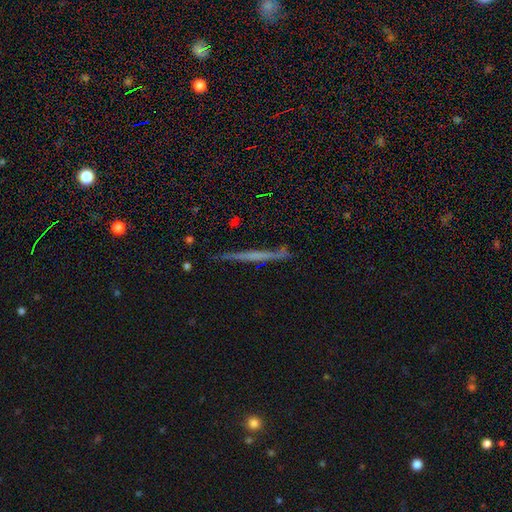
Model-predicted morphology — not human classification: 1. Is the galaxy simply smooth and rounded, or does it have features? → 57% featured or disk, 35% smooth, 8% star or artifact.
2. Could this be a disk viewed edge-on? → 96% yes, 4% no.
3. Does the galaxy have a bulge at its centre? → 84% none, 10% rounded, 6% boxy.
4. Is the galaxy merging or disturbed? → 84% none, 11% minor disturbance, 2% major disturbance, 2% merger.